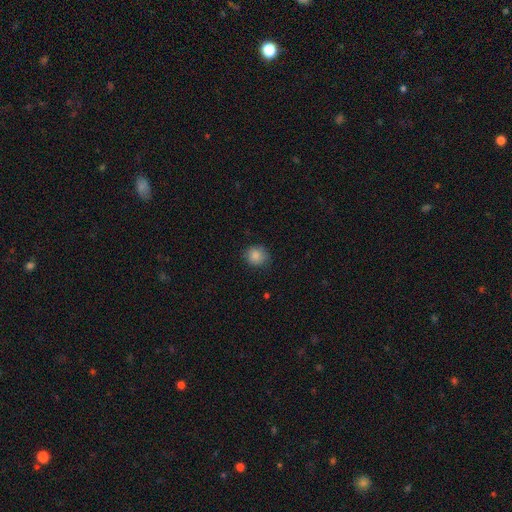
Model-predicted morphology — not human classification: smooth 86%, star or artifact 10%, featured or disk 4%. Down the decision tree: how rounded — round (79%); merging — none (83%).